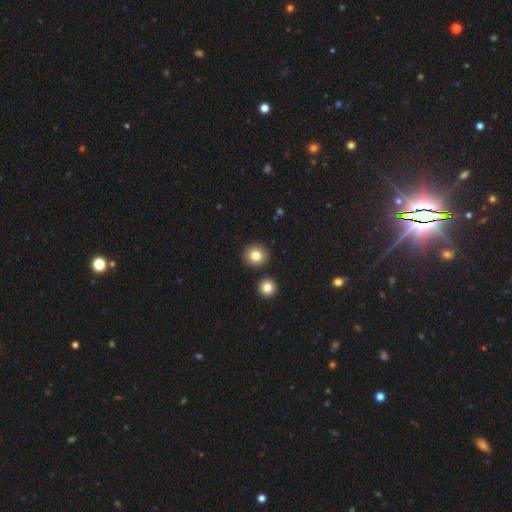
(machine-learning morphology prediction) smooth-or-featured: smooth: 82% | star or artifact: 10% | featured or disk: 8%
  how-rounded: round: 91% | in between: 8% | cigar-shaped: 1%
  merging: none: 88% | minor disturbance: 6% | merger: 5% | major disturbance: 2%